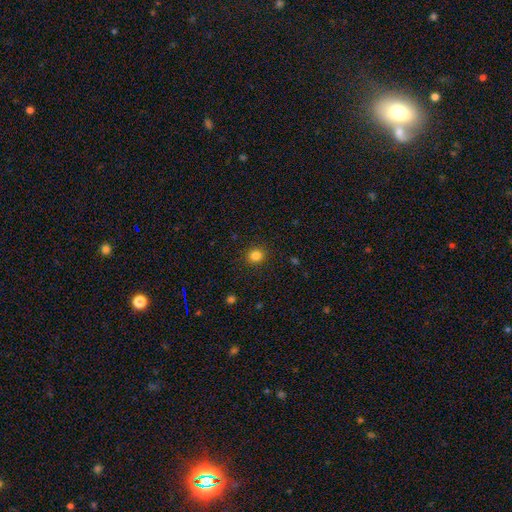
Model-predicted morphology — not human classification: smooth 83%, star or artifact 13%, featured or disk 4%. Down the decision tree: how rounded — round (85%); merging — none (91%).